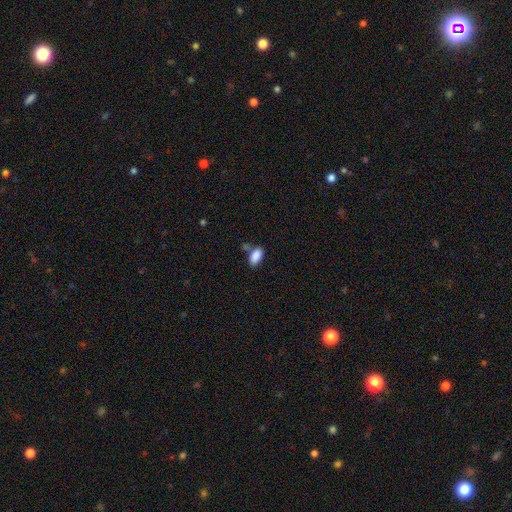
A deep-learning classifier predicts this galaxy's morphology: A smooth galaxy with no disk features (88%) that is in between round and cigar-shaped (92%).

Vote fractions:
- Smooth or featured? smooth: 88% / star or artifact: 8% / featured or disk: 5%
- How rounded? in between: 92% / cigar-shaped: 5% / round: 3%
- Merging? none: 63% / minor disturbance: 17% / merger: 16% / major disturbance: 5%